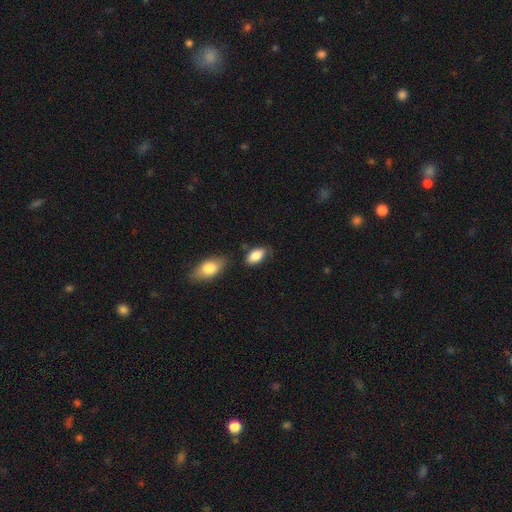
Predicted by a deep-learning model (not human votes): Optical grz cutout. It shows a smooth galaxy with no disk features (85%) that is in between round and cigar-shaped (93%). Merging: none (69%).